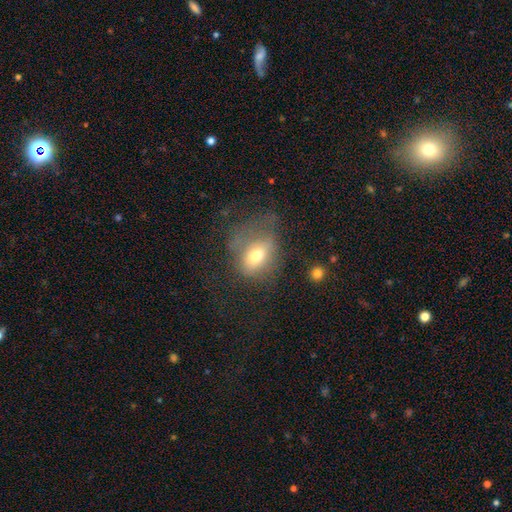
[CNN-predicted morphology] Smooth or featured: smooth — 66% (featured or disk — 22%)
How rounded: in between — 67% (round — 31%)
Merging: none — 36% (major disturbance — 35%)